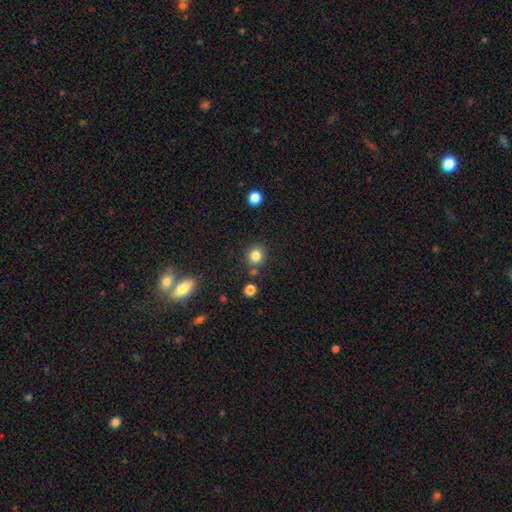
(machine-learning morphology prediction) smooth-or-featured: smooth: 83% | star or artifact: 12% | featured or disk: 5%
  how-rounded: round: 88% | in between: 11% | cigar-shaped: 1%
  merging: none: 81% | minor disturbance: 9% | merger: 7% | major disturbance: 3%